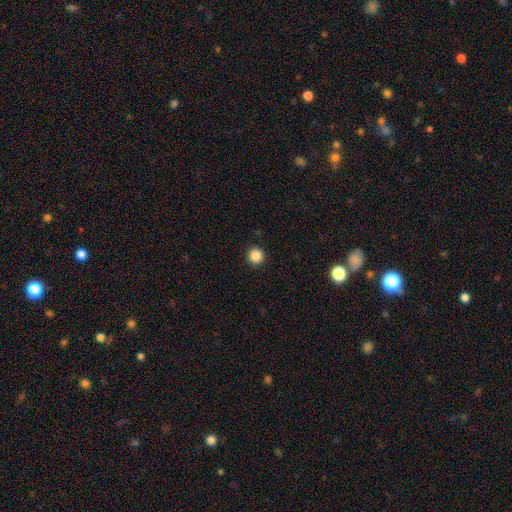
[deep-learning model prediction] A smooth galaxy with no disk features (86%) that is round (96%).

Vote fractions:
- Smooth or featured? smooth: 86% / star or artifact: 11% / featured or disk: 3%
- How rounded? round: 96% / in between: 3% / cigar-shaped: 1%
- Merging? none: 93% / minor disturbance: 5% / major disturbance: 2% / merger: 1%